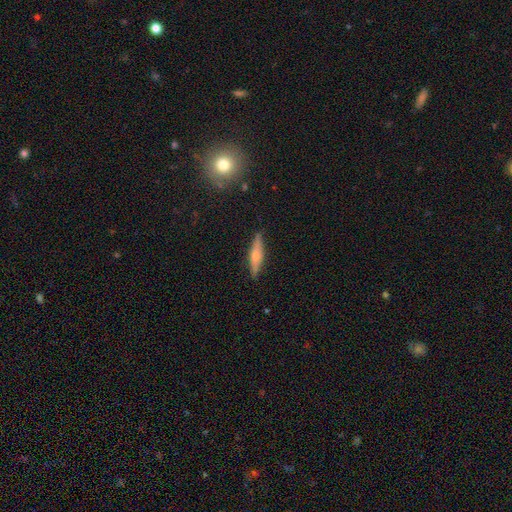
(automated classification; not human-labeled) Morphology: type=featured or disk (52%); edge-on=yes (93%); merging=none (88%).